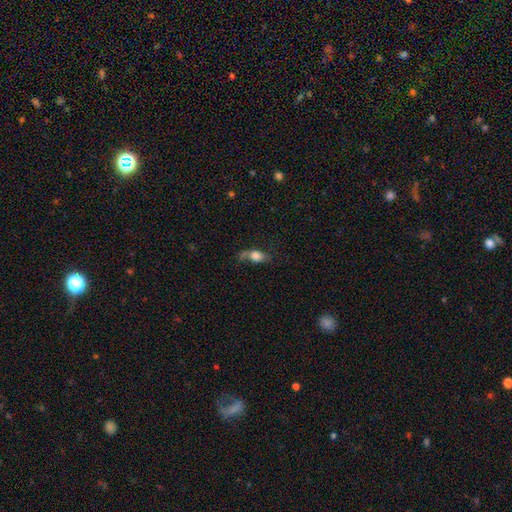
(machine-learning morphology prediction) This appears to be a smooth galaxy with no disk features (70%) that is in between round and cigar-shaped (74%). Merging: none (44%).